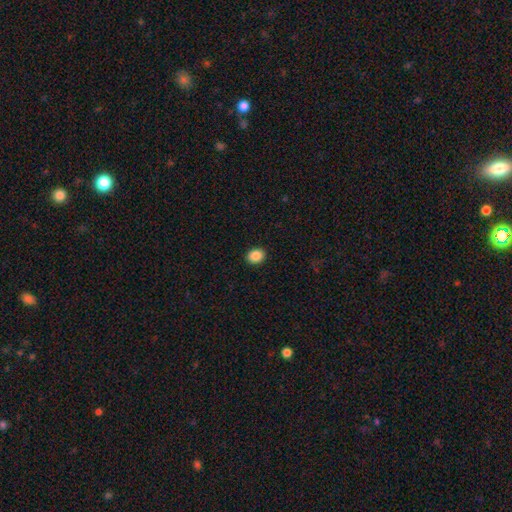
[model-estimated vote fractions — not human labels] A smooth galaxy with no disk features (88%) that is round (50%). Merging: none (91%).